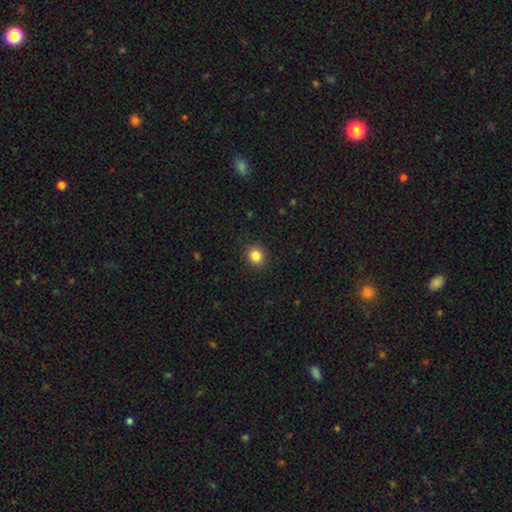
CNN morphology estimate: smooth 84%, star or artifact 11%, featured or disk 5%. Down the decision tree: how rounded — round (87%); merging — none (91%).